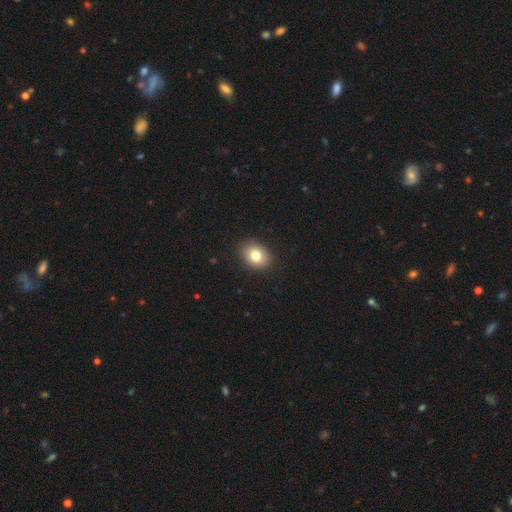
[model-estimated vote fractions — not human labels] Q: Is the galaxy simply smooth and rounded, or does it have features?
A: smooth — 80%.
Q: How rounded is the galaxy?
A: in between — 58%.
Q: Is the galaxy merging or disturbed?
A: none — 89%.